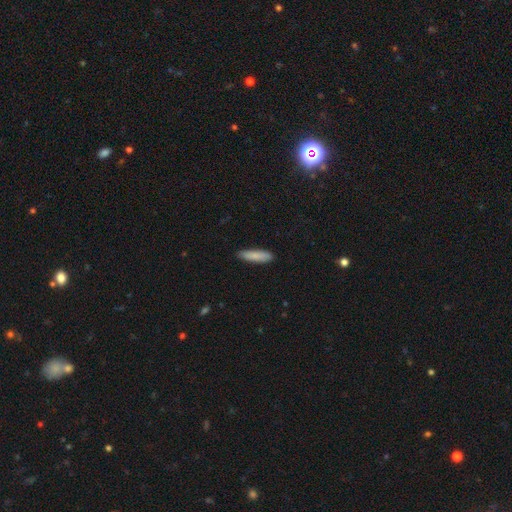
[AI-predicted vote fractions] Smooth or featured?
  - smooth: 85% *
  - featured or disk: 9%
  - star or artifact: 6%
How rounded?
  - cigar-shaped: 74% *
  - in between: 24%
  - round: 1%
Merging?
  - none: 88% *
  - minor disturbance: 10%
  - major disturbance: 2%
  - merger: 1%